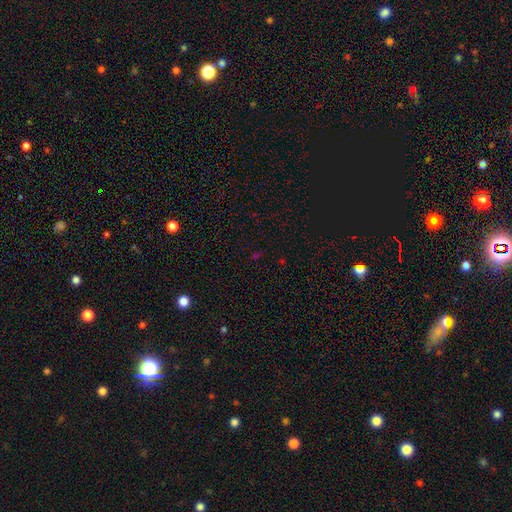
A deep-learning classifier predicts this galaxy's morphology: Smooth or featured?
  - star or artifact: 63% *
  - smooth: 29%
  - featured or disk: 8%